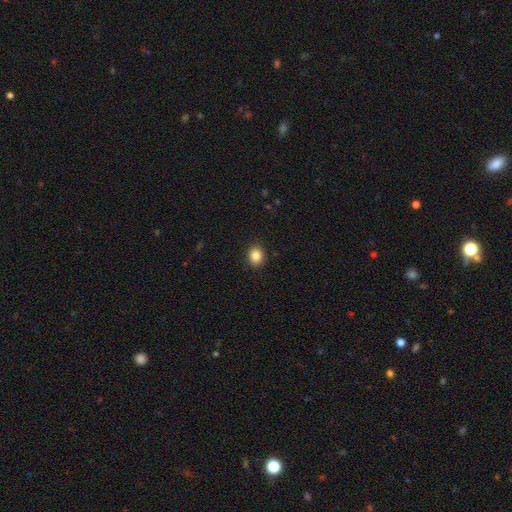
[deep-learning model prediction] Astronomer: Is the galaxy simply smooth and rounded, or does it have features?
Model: smooth — 86%.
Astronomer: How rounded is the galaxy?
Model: round — 62% (runner-up: in between, 37%).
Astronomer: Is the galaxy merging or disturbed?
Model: none — 91%.